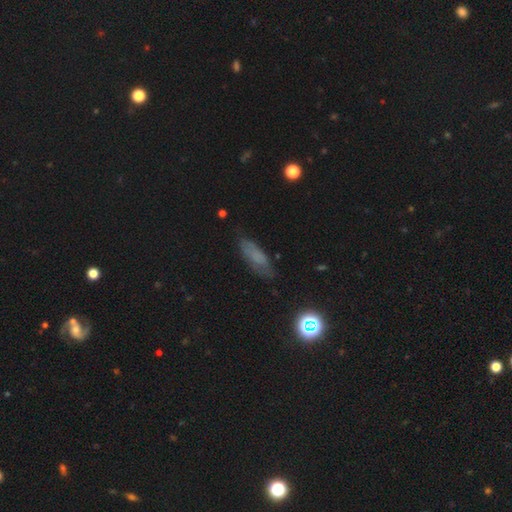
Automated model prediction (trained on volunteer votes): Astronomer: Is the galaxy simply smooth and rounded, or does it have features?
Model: smooth — 60%.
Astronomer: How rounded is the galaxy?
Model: in between — 59% (runner-up: cigar-shaped, 38%).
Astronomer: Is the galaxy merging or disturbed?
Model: none — 72%.